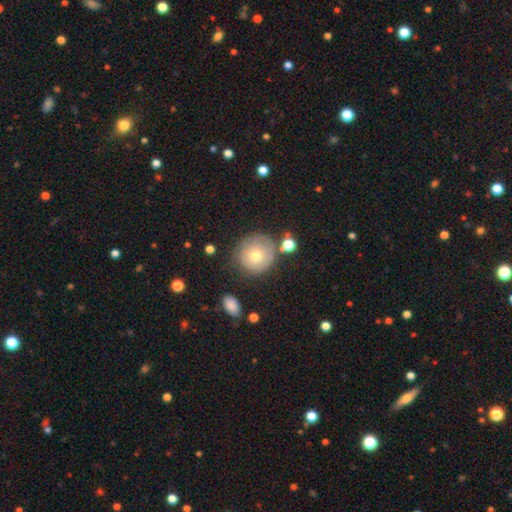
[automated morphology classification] Overall: smooth (64%; featured or disk 26%). How rounded: round (92%). Merging: none (68%).